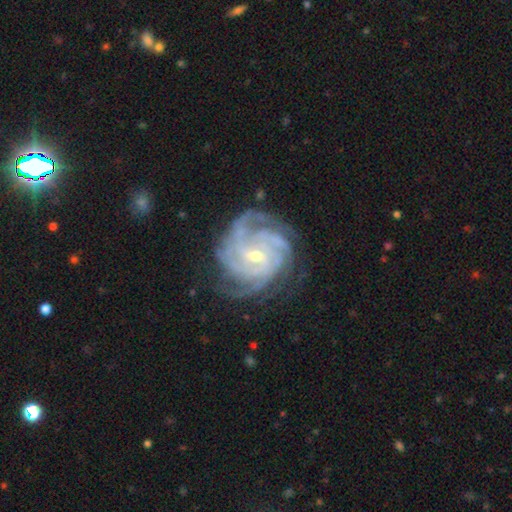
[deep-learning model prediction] This is clearly a featured or disk galaxy (91%). It is clearly not viewed edge-on (98%). Bar: possibly weak (50%). Spiral arm pattern: clearly yes (98%). Spiral arm count: marginally 4 (37%). Spiral winding: likely tight (71%). Central bulge: possibly small (60%). Merging: likely none (74%).